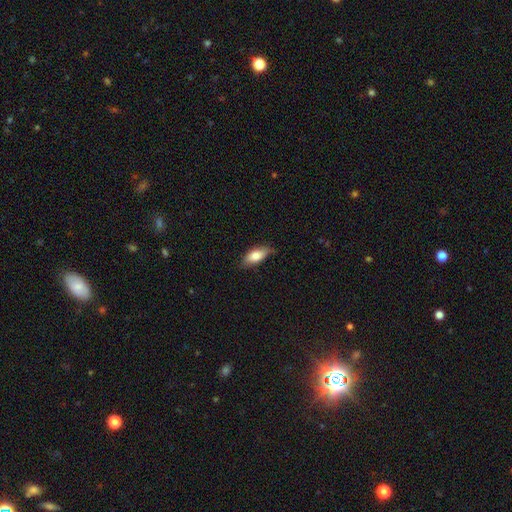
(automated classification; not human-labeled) This is likely a smooth galaxy (76%). How rounded: clearly in between (81%). Merging: likely none (73%).